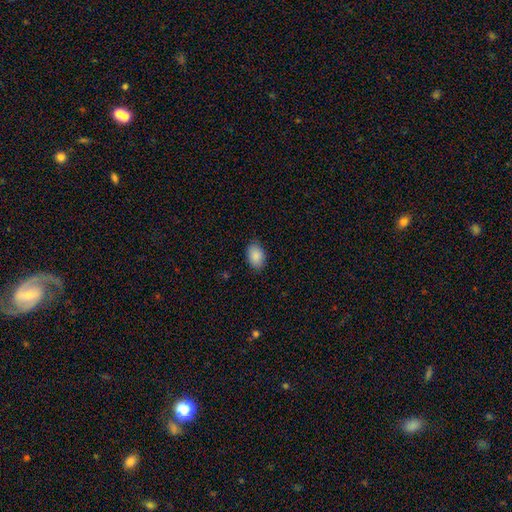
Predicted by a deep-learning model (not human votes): smooth 89%, star or artifact 7%, featured or disk 4%. Down the decision tree: how rounded — in between (88%); merging — none (86%).